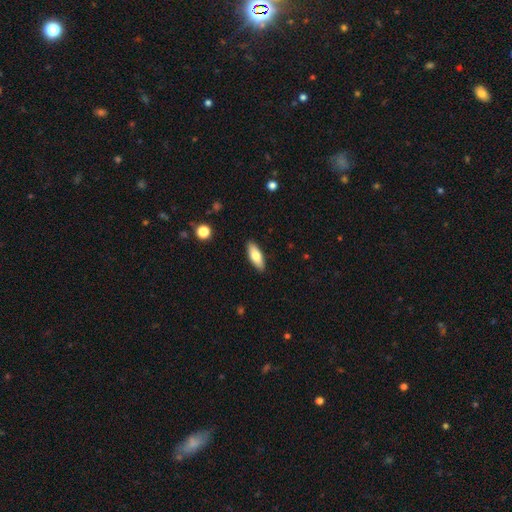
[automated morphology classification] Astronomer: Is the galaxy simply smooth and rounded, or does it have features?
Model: smooth — 74%.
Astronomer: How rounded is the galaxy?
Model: in between — 69%.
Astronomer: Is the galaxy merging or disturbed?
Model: none — 89%.